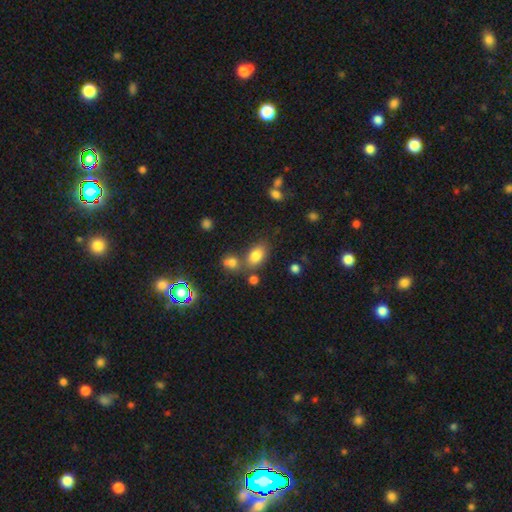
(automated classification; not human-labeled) Smooth or featured?
  - smooth: 80% *
  - star or artifact: 12%
  - featured or disk: 9%
How rounded?
  - in between: 85% *
  - round: 13%
  - cigar-shaped: 2%
Merging?
  - none: 64% *
  - merger: 18%
  - minor disturbance: 13%
  - major disturbance: 5%